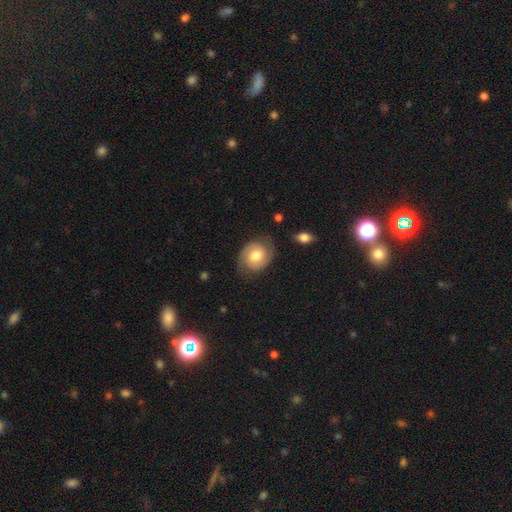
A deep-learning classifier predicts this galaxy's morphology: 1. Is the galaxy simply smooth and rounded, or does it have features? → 59% featured or disk, 34% smooth, 7% star or artifact.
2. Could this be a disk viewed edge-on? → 97% no, 3% yes.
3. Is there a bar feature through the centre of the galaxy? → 63% no, 30% weak, 6% strong.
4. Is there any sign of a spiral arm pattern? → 88% yes, 12% no.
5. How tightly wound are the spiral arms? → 49% tight, 39% medium, 13% loose.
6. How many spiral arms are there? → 87% 2, 7% can't tell, 3% 1, 1% 3, 1% 4, 1% more than 4.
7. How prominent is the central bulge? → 68% moderate, 20% large, 9% small, 2% dominant, 1% none.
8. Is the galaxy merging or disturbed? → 77% none, 16% minor disturbance, 5% major disturbance, 1% merger.